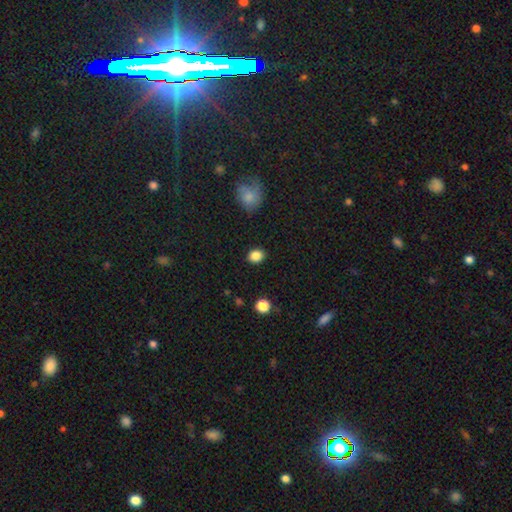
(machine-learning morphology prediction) The model was most divided on "how rounded": round: 53%, in between: 46%, cigar-shaped: 1%. More confident: merging — none (88%); smooth or featured — smooth (86%).